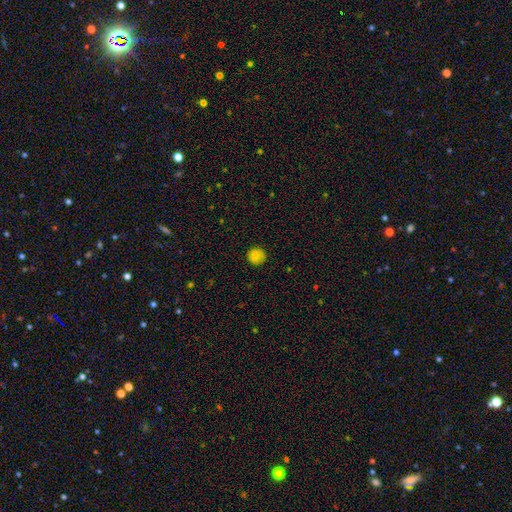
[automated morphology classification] Smooth or featured? smooth (84%)
How rounded? round (95%)
Merging? none (90%)